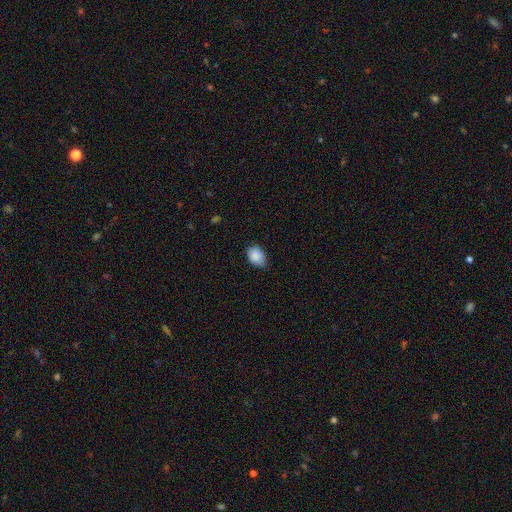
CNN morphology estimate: Smooth or featured? smooth (87%)
How rounded? in between (75%)
Merging? none (65%)